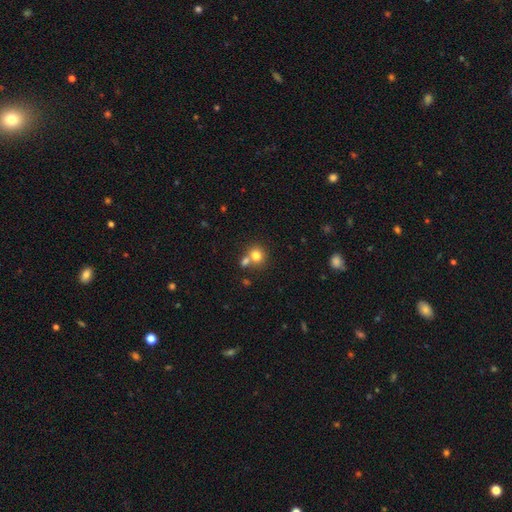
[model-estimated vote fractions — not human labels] This appears to be a smooth galaxy with no disk features (78%) that is round (83%). Merging: none (50%).